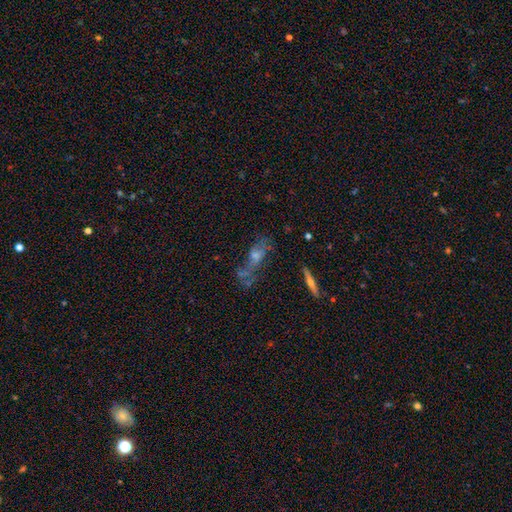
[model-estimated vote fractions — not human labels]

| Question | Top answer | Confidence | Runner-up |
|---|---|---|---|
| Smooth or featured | featured or disk | 52% | smooth (29%) |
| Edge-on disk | no | 60% | yes (40%) |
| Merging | none | 40% | major disturbance (24%) |